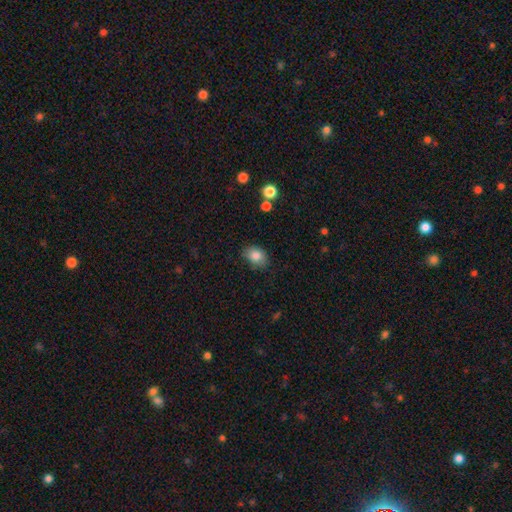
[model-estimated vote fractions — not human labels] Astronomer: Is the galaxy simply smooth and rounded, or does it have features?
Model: smooth — 84%.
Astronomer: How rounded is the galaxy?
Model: in between — 70%.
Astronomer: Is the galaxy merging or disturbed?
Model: none — 74%.